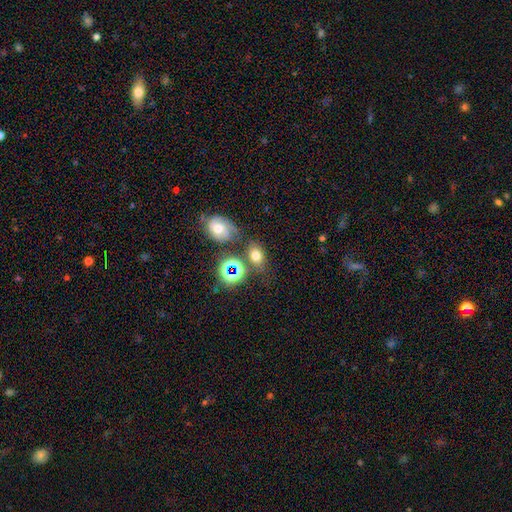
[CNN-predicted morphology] This appears to be a smooth galaxy with no disk features (66%) that is in between round and cigar-shaped (71%). Merging: none (62%).